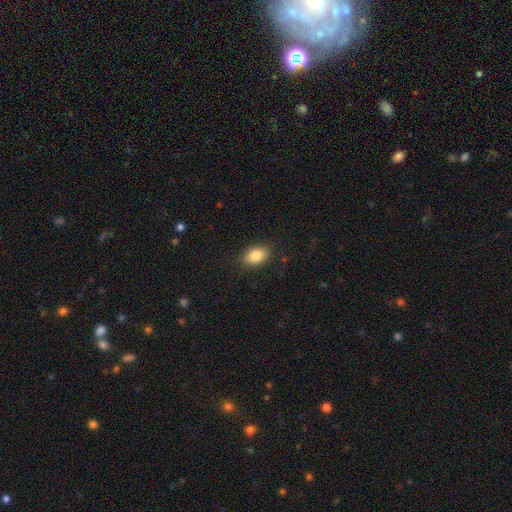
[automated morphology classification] Overall: smooth (84%). How rounded: in between (83%). Merging: none (87%).